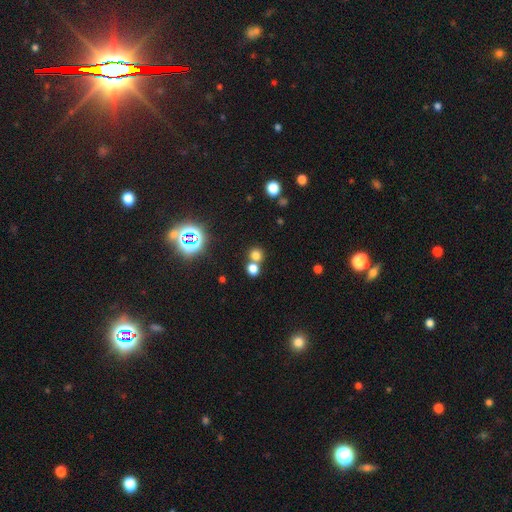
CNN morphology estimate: A smooth galaxy with no disk features (69%) that is round (85%). Merging: none (52%).